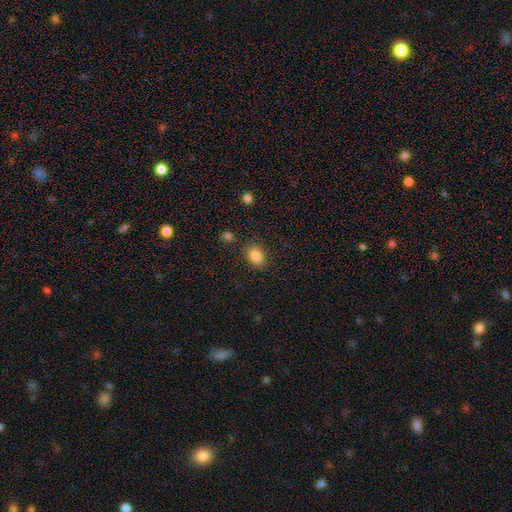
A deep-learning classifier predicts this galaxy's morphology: Smooth or featured: smooth — 85% (star or artifact — 10%)
How rounded: in between — 68% (round — 31%)
Merging: none — 83% (minor disturbance — 11%)